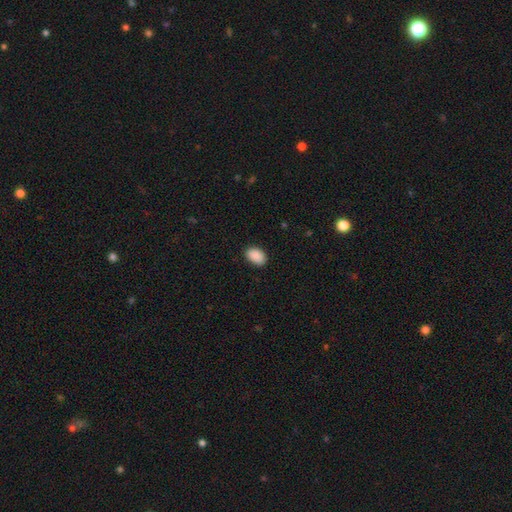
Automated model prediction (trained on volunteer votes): Overall: smooth (91%). How rounded: in between (87%). Merging: none (87%).